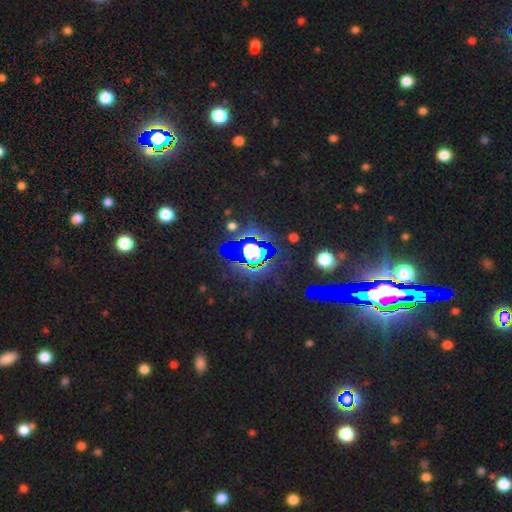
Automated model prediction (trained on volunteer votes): This appears to be a star or artifact, not a galaxy (63%).